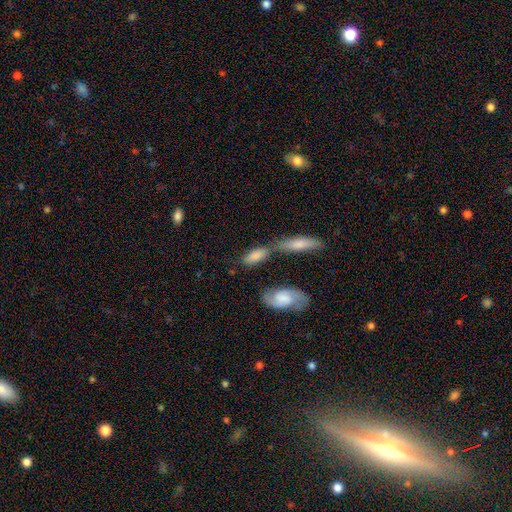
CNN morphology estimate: Smooth or featured? Predicted: smooth (p=0.75). How rounded? Predicted: in between (p=0.66). Merging? Predicted: none (p=0.47).